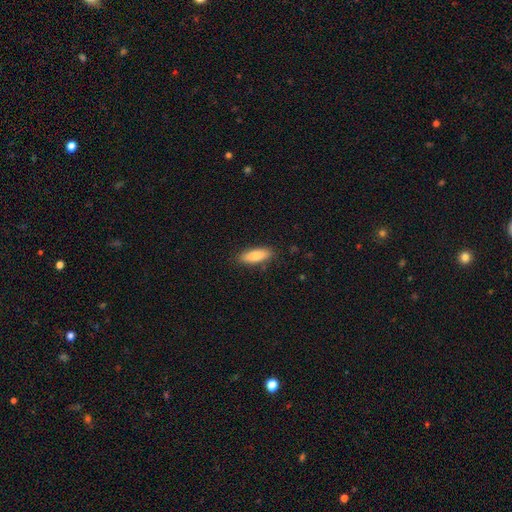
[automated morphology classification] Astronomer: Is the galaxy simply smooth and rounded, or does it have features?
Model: smooth — 84%.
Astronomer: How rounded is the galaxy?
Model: in between — 63%.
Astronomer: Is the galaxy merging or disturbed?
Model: none — 86%.